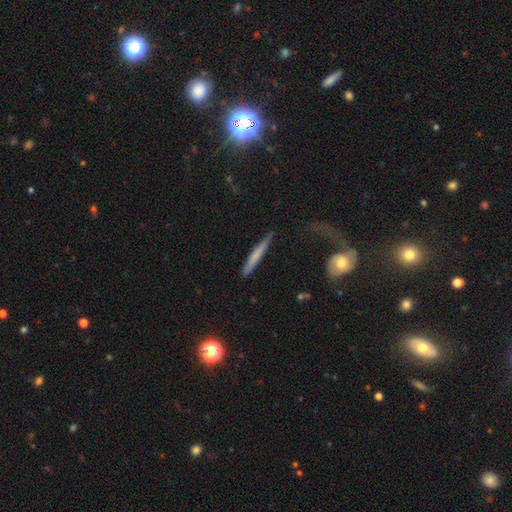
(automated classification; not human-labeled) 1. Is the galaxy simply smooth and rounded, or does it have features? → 54% smooth, 40% featured or disk, 6% star or artifact.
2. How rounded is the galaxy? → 94% cigar-shaped, 4% in between, 2% round.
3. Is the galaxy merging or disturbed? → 78% none, 13% minor disturbance, 5% major disturbance, 4% merger.